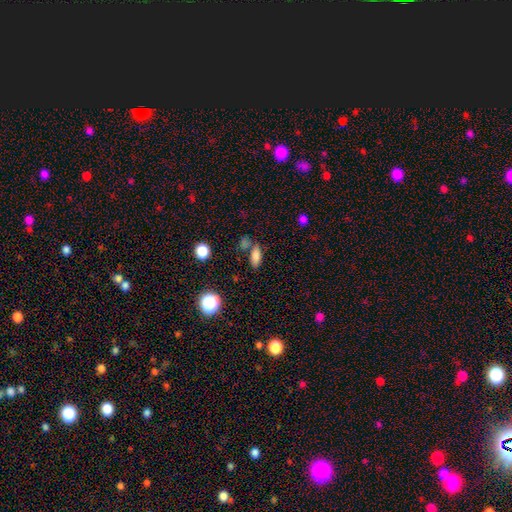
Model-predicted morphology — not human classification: smooth 79%, star or artifact 13%, featured or disk 8%. Down the decision tree: how rounded — in between (74%); merging — none (63%).